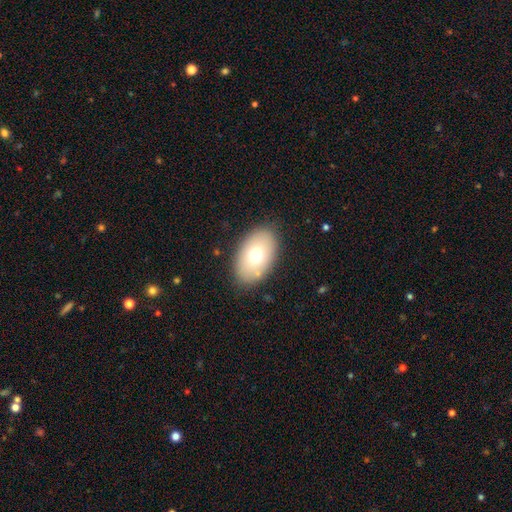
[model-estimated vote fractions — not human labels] Smooth or featured?
  - smooth: 70% *
  - featured or disk: 21%
  - star or artifact: 9%
How rounded?
  - in between: 88% *
  - round: 10%
  - cigar-shaped: 1%
Merging?
  - none: 84% *
  - minor disturbance: 11%
  - major disturbance: 4%
  - merger: 2%